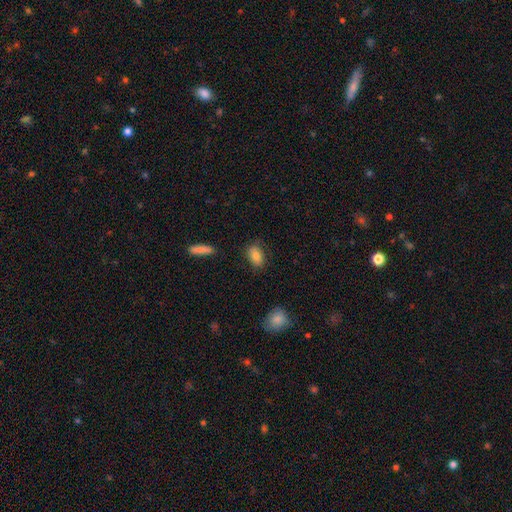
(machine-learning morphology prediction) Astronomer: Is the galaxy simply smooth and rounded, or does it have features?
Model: smooth — 82%.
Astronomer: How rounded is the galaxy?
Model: in between — 87%.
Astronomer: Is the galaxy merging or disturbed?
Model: none — 80%.